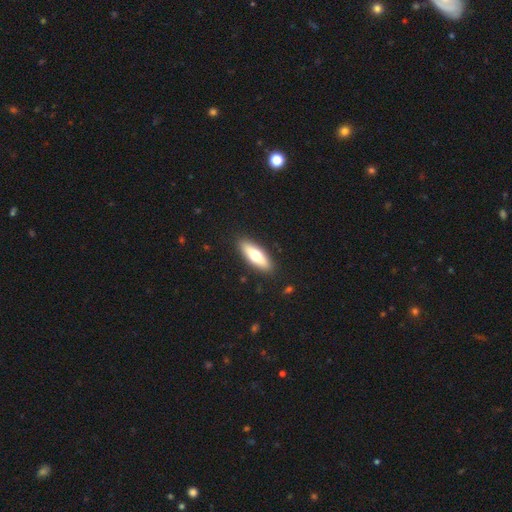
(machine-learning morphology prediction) This is likely a smooth galaxy (62%). How rounded: possibly in between (54%). Merging: clearly none (89%).